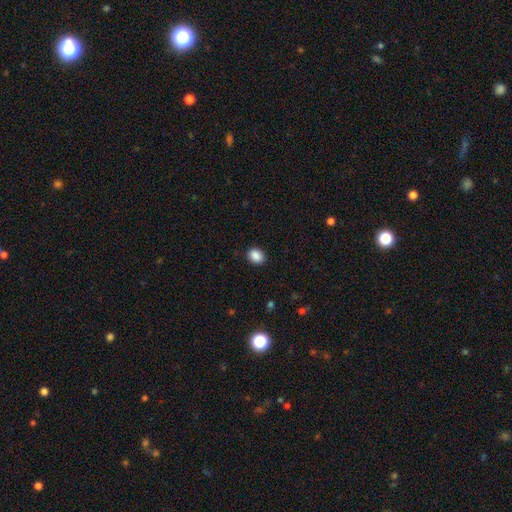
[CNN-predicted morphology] Smooth or featured?
  - smooth: 89% *
  - star or artifact: 9%
  - featured or disk: 3%
How rounded?
  - in between: 51% *
  - round: 48%
  - cigar-shaped: 1%
Merging?
  - none: 89% *
  - minor disturbance: 7%
  - major disturbance: 2%
  - merger: 1%